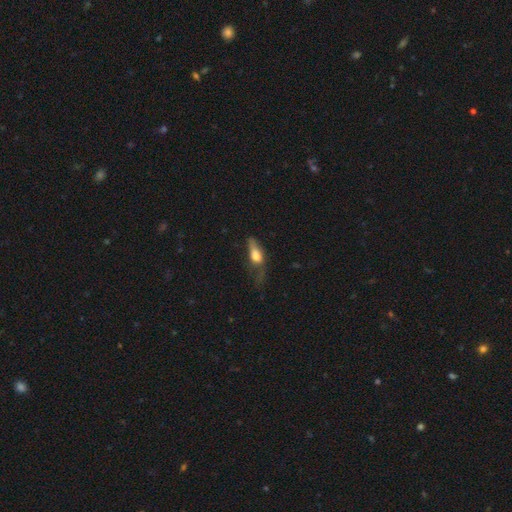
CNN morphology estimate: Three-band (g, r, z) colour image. It shows a smooth galaxy with no disk features (65%) that is in between round and cigar-shaped (68%). Merging: major disturbance (46%).